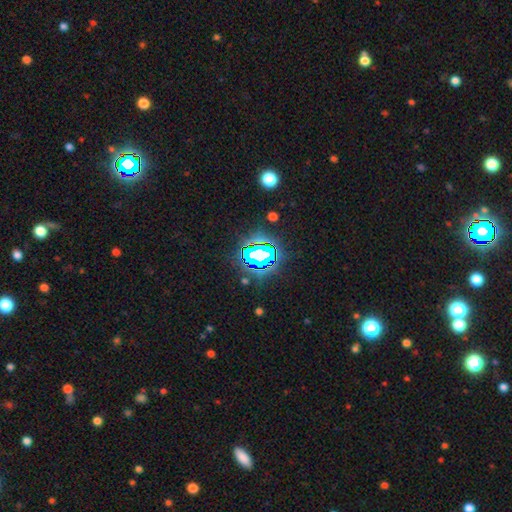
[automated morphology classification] smooth_or_featured: star or artifact (p=0.74) [alt: smooth p=0.15]